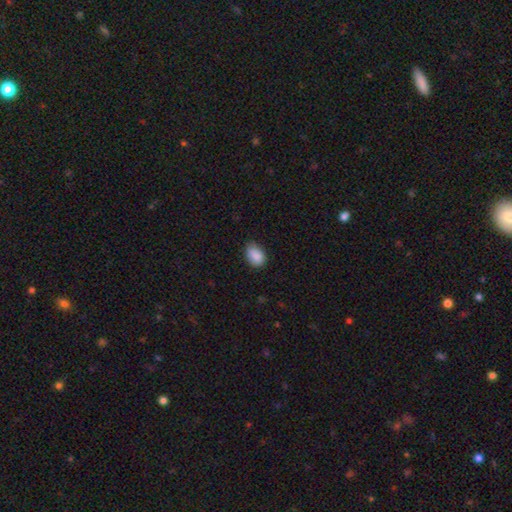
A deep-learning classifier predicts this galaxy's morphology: This appears to be a smooth galaxy with no disk features (88%) that is in between round and cigar-shaped (80%). Merging: none (71%).